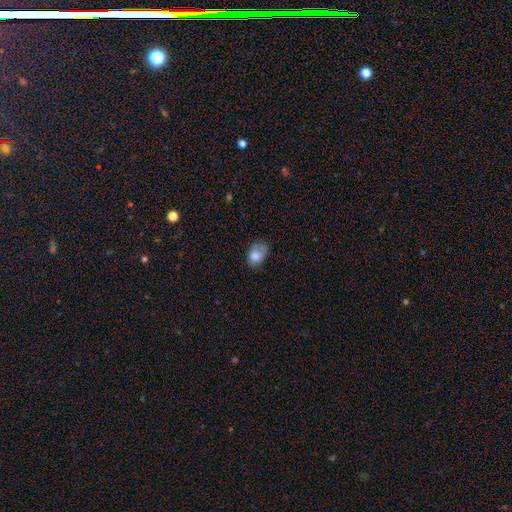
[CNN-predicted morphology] Smooth or featured? Predicted: smooth (p=0.78). How rounded? Predicted: in between (p=0.73). Merging? Predicted: none (p=0.42).